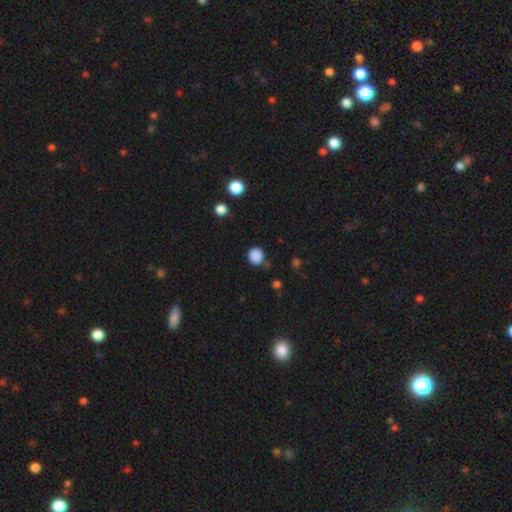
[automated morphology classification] Smooth or featured?
  - smooth: 86% *
  - star or artifact: 11%
  - featured or disk: 3%
How rounded?
  - round: 87% *
  - in between: 12%
  - cigar-shaped: 1%
Merging?
  - none: 83% *
  - minor disturbance: 12%
  - major disturbance: 3%
  - merger: 2%